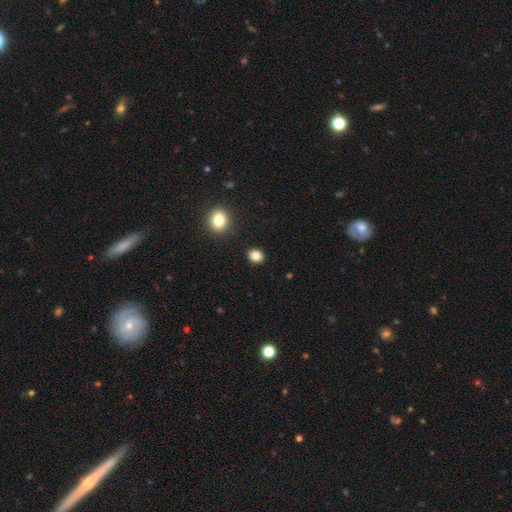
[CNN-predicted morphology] smooth 84%, star or artifact 11%, featured or disk 5%. Down the decision tree: how rounded — round (63%); merging — none (90%).